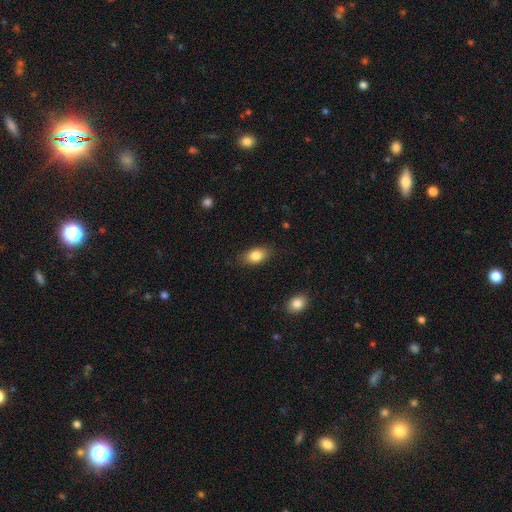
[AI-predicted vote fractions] Smooth or featured?
  - smooth: 84% *
  - featured or disk: 9%
  - star or artifact: 8%
How rounded?
  - in between: 86% *
  - round: 11%
  - cigar-shaped: 3%
Merging?
  - none: 83% *
  - minor disturbance: 12%
  - major disturbance: 3%
  - merger: 1%